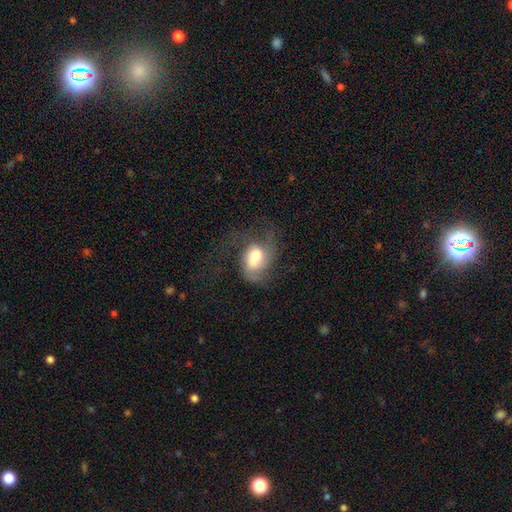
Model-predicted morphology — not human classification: smooth-or-featured: smooth: 50% | featured or disk: 41% | star or artifact: 9%
  merging: major disturbance: 38% | none: 32% | minor disturbance: 23% | merger: 6%